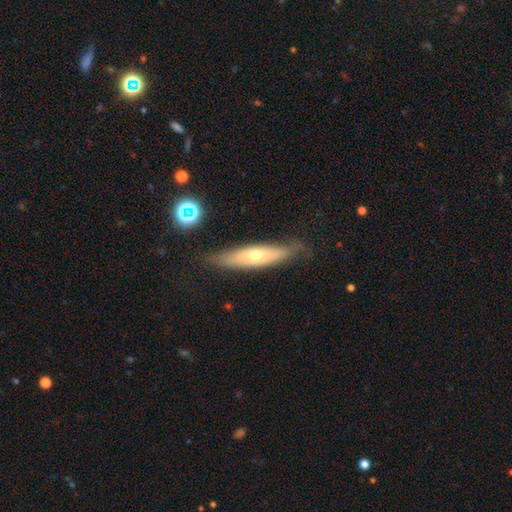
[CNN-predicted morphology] A featured or disk galaxy (46%, tied with smooth). Merging: none (74%).